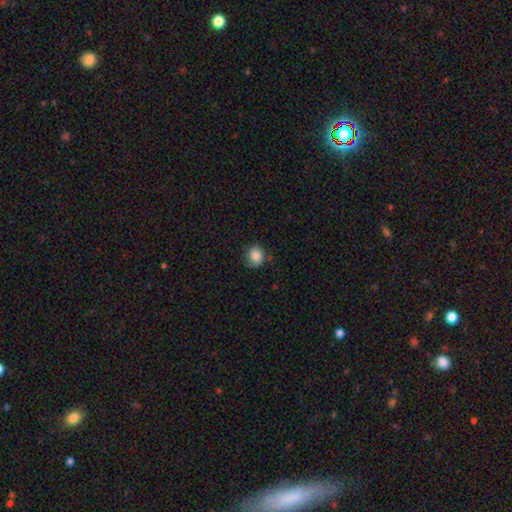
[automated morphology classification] Overall: smooth (82%). How rounded: round (70%). Merging: none (68%).